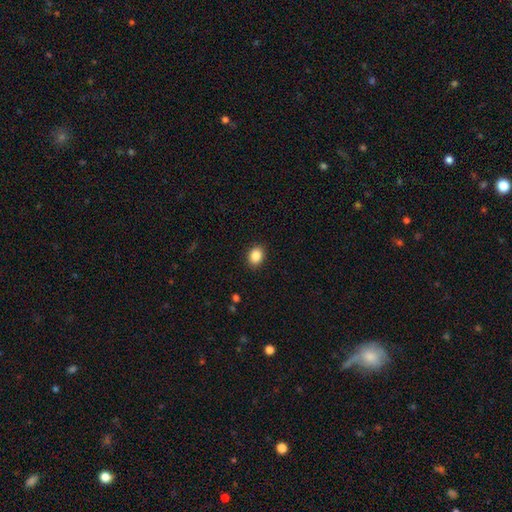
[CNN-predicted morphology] A smooth galaxy with no disk features (88%) that is in between round and cigar-shaped (59%).

Vote fractions:
- Smooth or featured? smooth: 88% / star or artifact: 9% / featured or disk: 4%
- How rounded? in between: 59% / round: 40% / cigar-shaped: 1%
- Merging? none: 90% / minor disturbance: 7% / major disturbance: 2% / merger: 1%